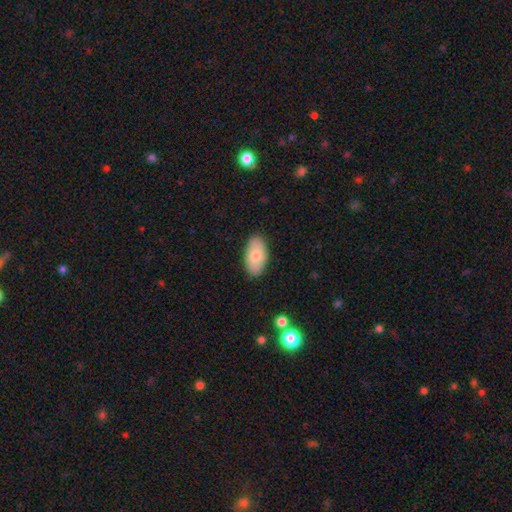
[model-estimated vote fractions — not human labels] Smooth or featured: smooth — 75% (featured or disk — 19%)
How rounded: in between — 94% (round — 4%)
Merging: none — 87% (minor disturbance — 10%)